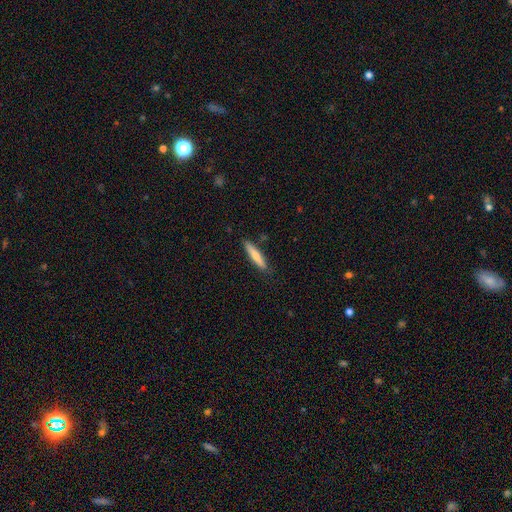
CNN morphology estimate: This appears to be a smooth galaxy with no disk features (67%) that is cigar-shaped (86%). Merging: none (86%).